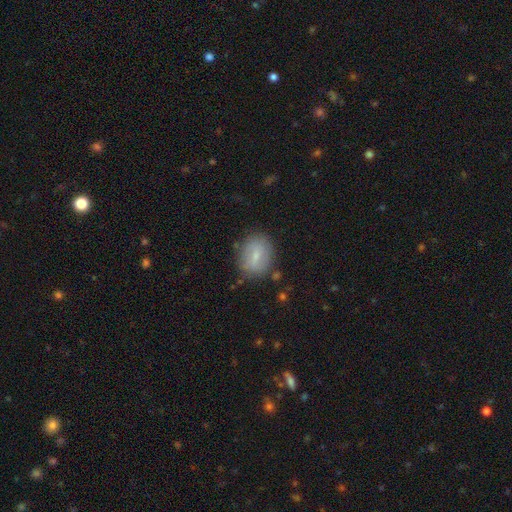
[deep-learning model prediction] This is likely a smooth galaxy (67%). How rounded: likely in between (61%). Merging: likely none (77%).